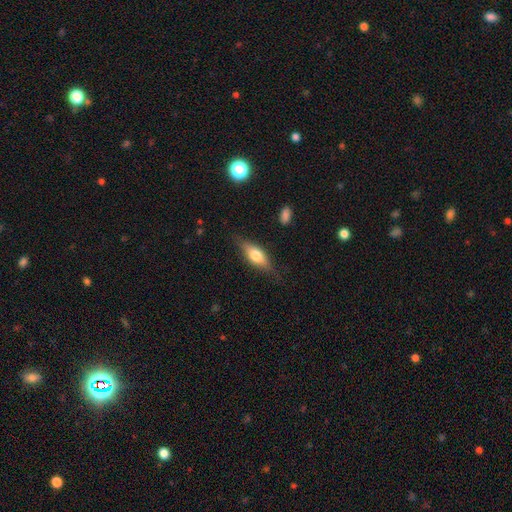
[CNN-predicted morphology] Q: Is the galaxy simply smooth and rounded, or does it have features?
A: smooth — 58%.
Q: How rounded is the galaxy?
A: in between — 64%.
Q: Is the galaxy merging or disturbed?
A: none — 77%.